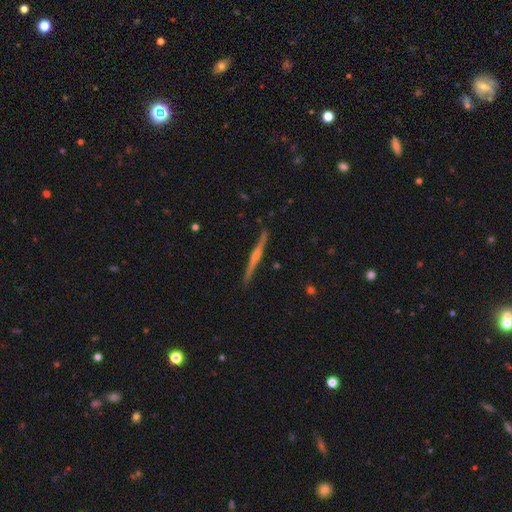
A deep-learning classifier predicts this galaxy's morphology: Smooth or featured: featured or disk — 75% (smooth — 20%)
Edge-on disk: yes — 98% (no — 2%)
Edge-on bulge: rounded — 60% (none — 25%)
Merging: none — 90% (minor disturbance — 8%)